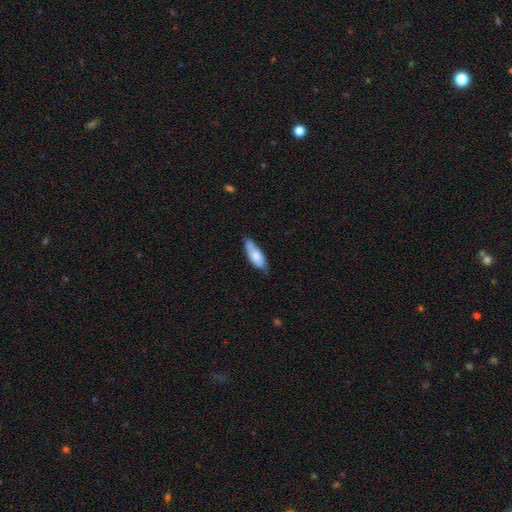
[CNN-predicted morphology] smooth 64%, featured or disk 29%, star or artifact 6%. Down the decision tree: how rounded — in between (67%); merging — none (62%).